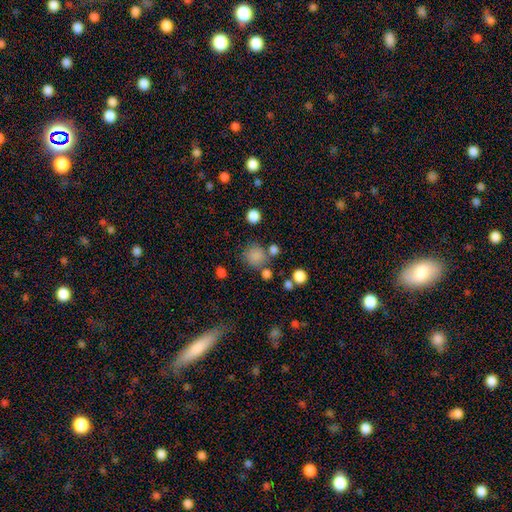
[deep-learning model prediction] Smooth or featured: smooth — 79% (star or artifact — 15%)
How rounded: round — 87% (in between — 12%)
Merging: none — 72% (minor disturbance — 12%)